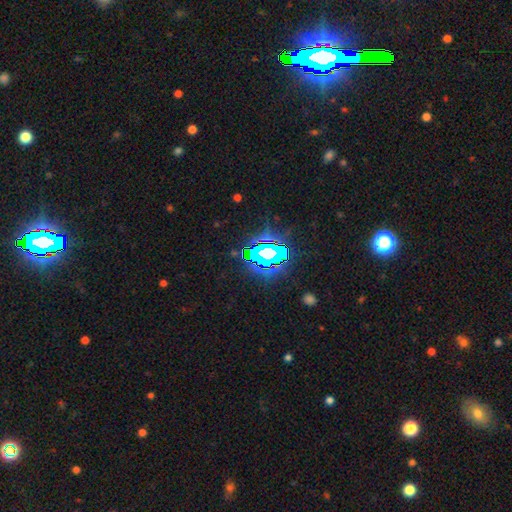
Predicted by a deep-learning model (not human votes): This is likely a star or artifact rather than a galaxy (75%).